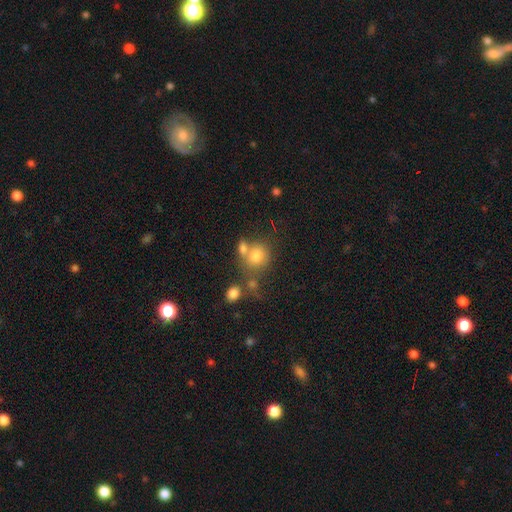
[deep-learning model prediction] Smooth or featured?
  - smooth: 76% *
  - featured or disk: 13%
  - star or artifact: 12%
How rounded?
  - round: 70% *
  - in between: 28%
  - cigar-shaped: 1%
Merging?
  - none: 43% *
  - merger: 36%
  - minor disturbance: 13%
  - major disturbance: 8%